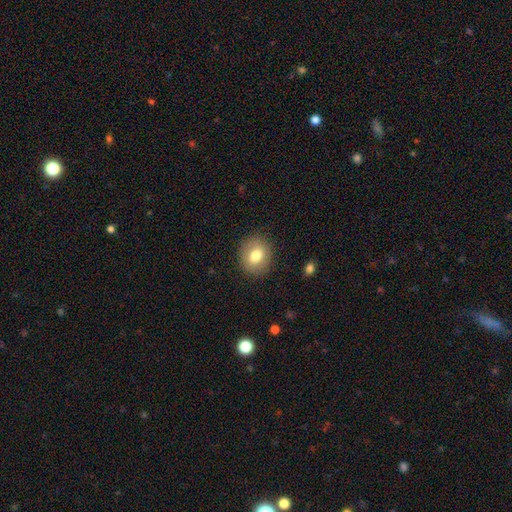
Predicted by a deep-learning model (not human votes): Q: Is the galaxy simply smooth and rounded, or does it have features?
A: smooth — 77%.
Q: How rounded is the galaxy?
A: round — 66%.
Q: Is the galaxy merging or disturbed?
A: none — 87%.